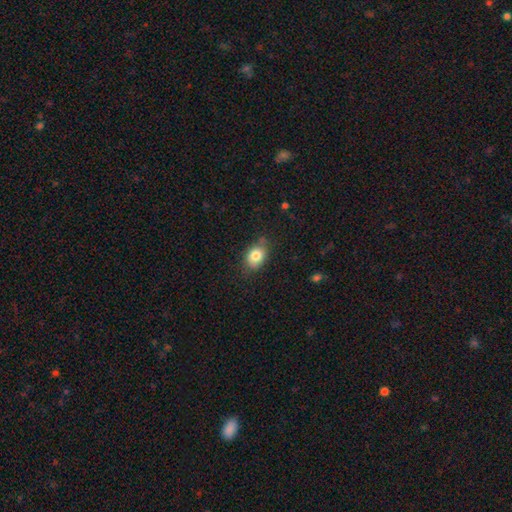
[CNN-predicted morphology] Overall: smooth (81%). How rounded: in between (69%; round 29%). Merging: none (75%).